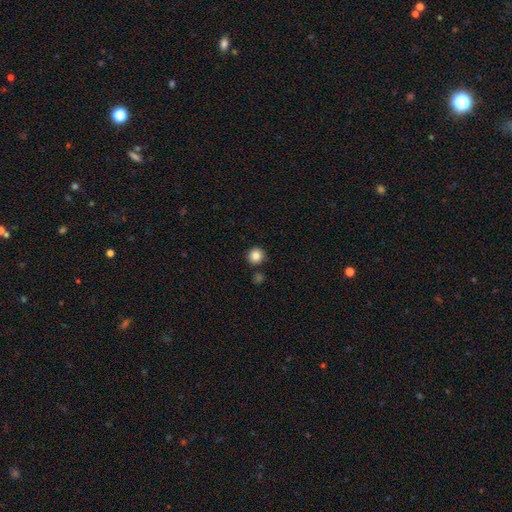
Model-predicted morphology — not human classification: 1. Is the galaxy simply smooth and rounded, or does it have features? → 85% smooth, 10% star or artifact, 5% featured or disk.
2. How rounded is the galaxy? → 95% round, 4% in between, 1% cigar-shaped.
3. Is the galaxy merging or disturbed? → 87% none, 7% minor disturbance, 4% merger, 2% major disturbance.